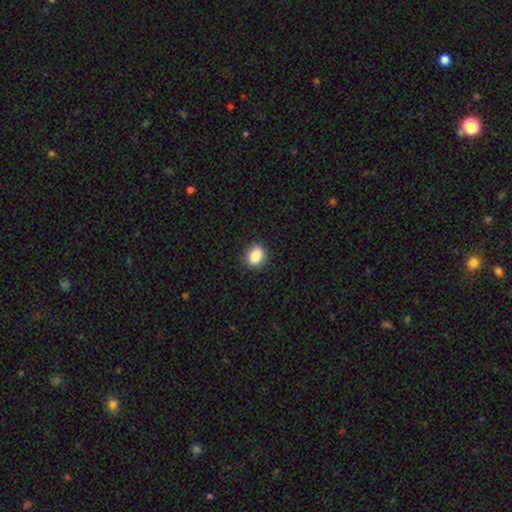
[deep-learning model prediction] This is clearly a smooth galaxy (87%). How rounded: possibly round (55%). Merging: clearly none (89%).